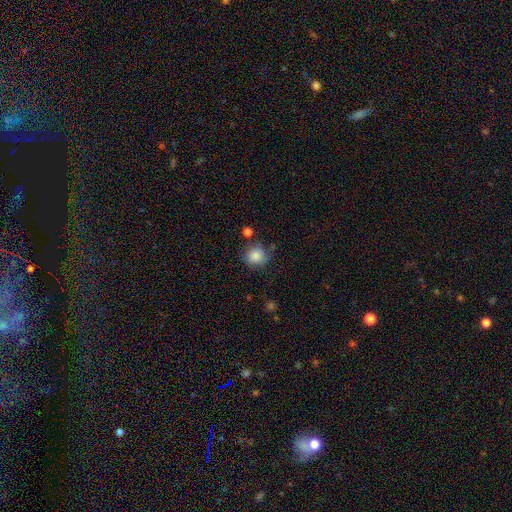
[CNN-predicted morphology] smooth-or-featured: smooth: 84% | star or artifact: 9% | featured or disk: 7%
  how-rounded: round: 84% | in between: 15% | cigar-shaped: 1%
  merging: none: 68% | minor disturbance: 20% | major disturbance: 6% | merger: 5%